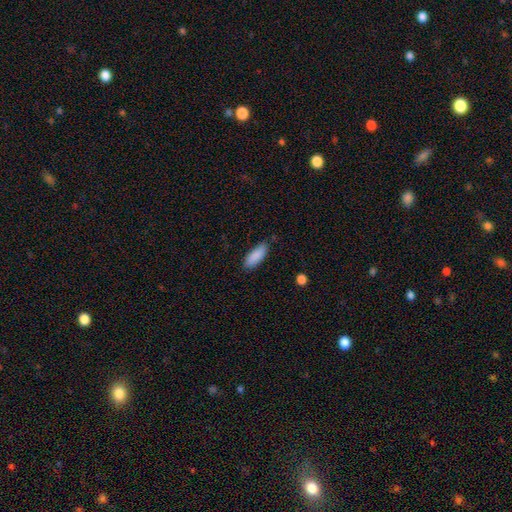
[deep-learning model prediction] This appears to be a smooth galaxy with no disk features (89%) that is in between round and cigar-shaped (70%). Merging: none (82%).